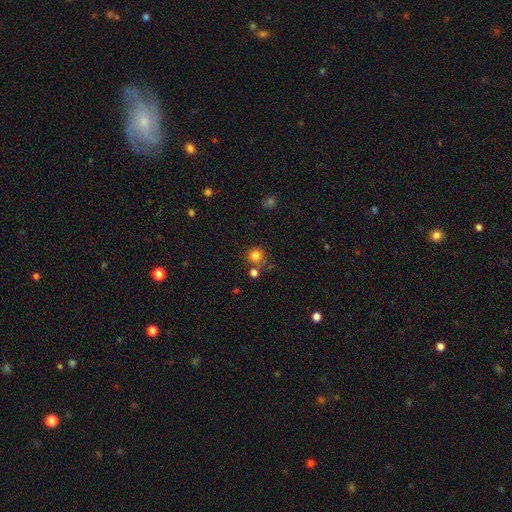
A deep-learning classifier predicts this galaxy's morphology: This appears to be a smooth galaxy with no disk features (81%) that is round (91%). Merging: none (70%).